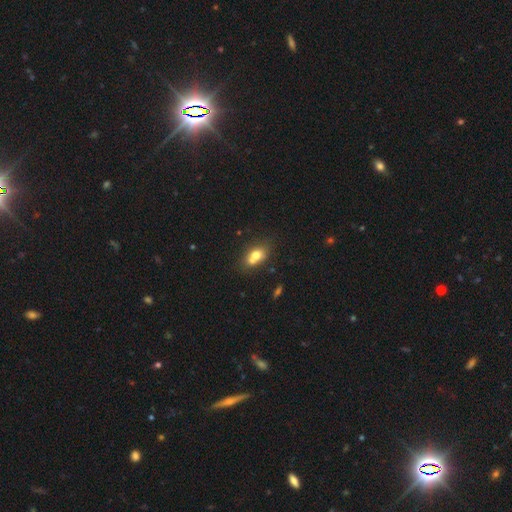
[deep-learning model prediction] Q: Smooth or featured?
A: smooth (69%); runner-up: featured or disk (21%)
Q: How rounded?
A: in between (70%); runner-up: round (27%)
Q: Merging?
A: merger (41%); tied with: none (41%)